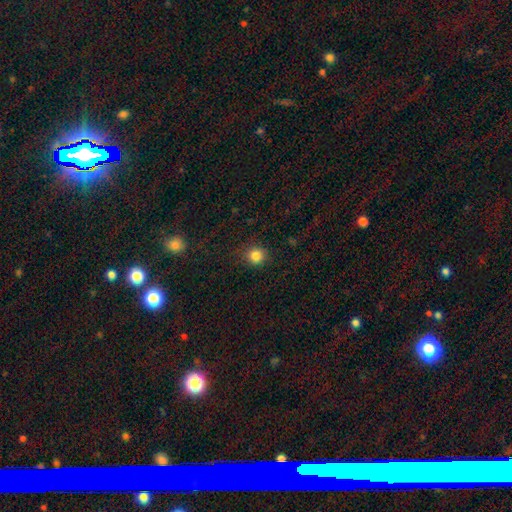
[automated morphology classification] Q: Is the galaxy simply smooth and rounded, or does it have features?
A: smooth — 84%.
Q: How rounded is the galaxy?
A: round — 90%.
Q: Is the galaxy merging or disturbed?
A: none — 88%.